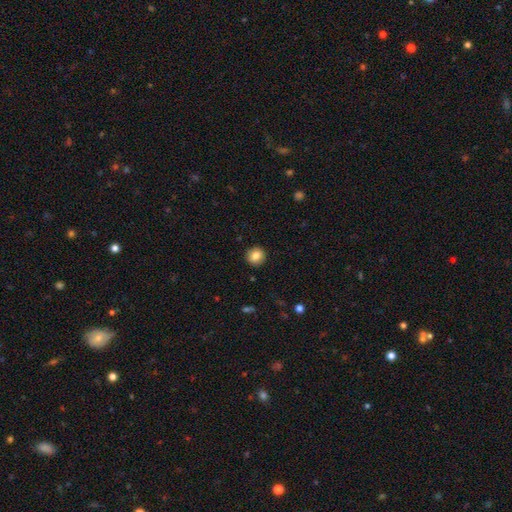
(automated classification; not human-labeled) A smooth galaxy with no disk features (84%) that is round (92%).

Vote fractions:
- Smooth or featured? smooth: 84% / star or artifact: 9% / featured or disk: 7%
- How rounded? round: 92% / in between: 7% / cigar-shaped: 1%
- Merging? none: 92% / minor disturbance: 5% / major disturbance: 2% / merger: 1%